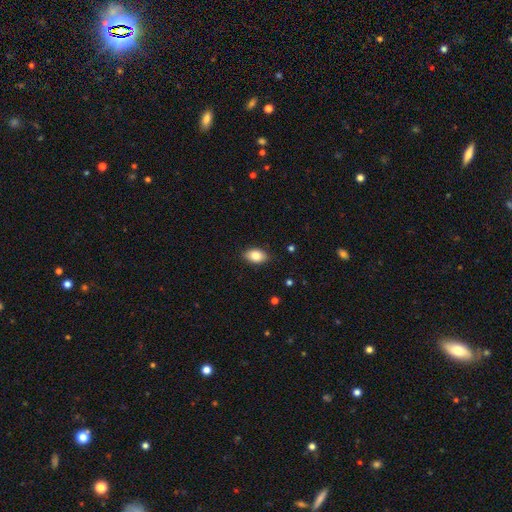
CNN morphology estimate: This appears to be a smooth galaxy with no disk features (85%) that is in between round and cigar-shaped (91%). Merging: none (88%).